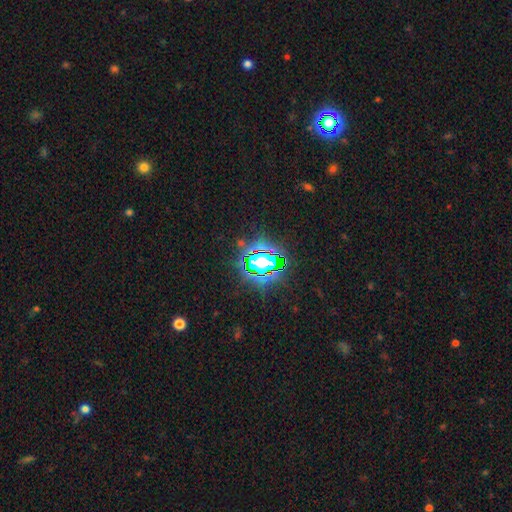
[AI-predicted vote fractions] A star or artifact, not a galaxy (81%).

Vote fractions:
- Smooth or featured? star or artifact: 81% / smooth: 12% / featured or disk: 8%